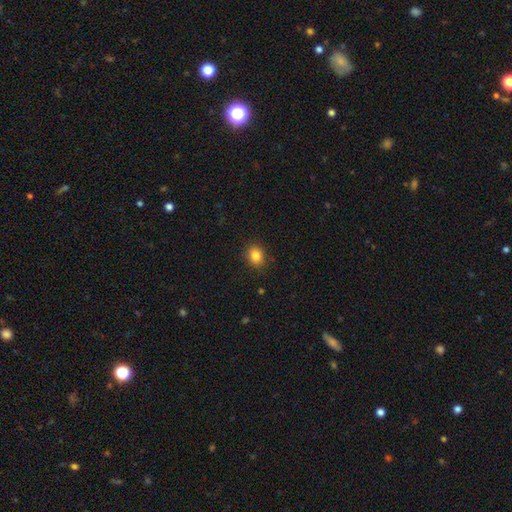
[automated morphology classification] Smooth or featured?
  - smooth: 84% *
  - star or artifact: 11%
  - featured or disk: 5%
How rounded?
  - round: 60% *
  - in between: 39%
  - cigar-shaped: 1%
Merging?
  - none: 88% *
  - minor disturbance: 8%
  - major disturbance: 2%
  - merger: 1%